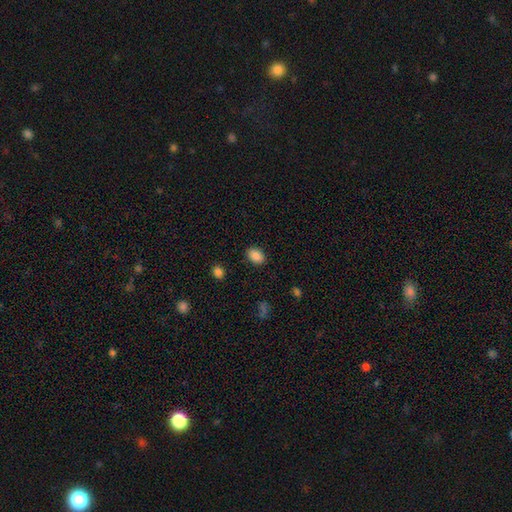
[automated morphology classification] This is clearly a smooth galaxy (86%). How rounded: clearly in between (81%). Merging: clearly none (88%).